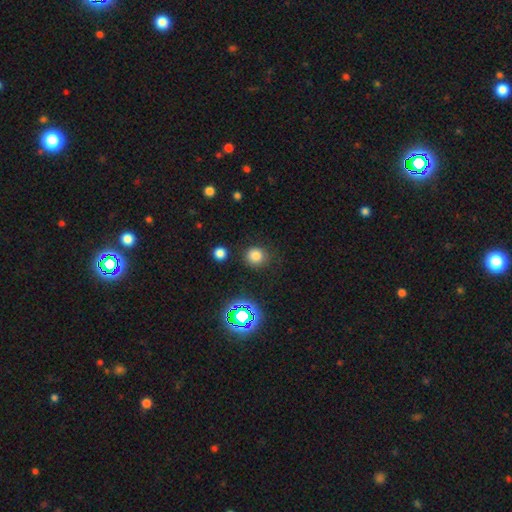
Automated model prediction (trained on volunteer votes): Overall: smooth (76%). How rounded: round (86%). Merging: none (83%).